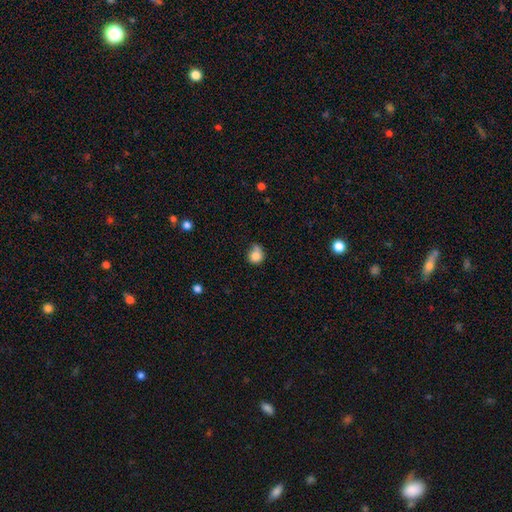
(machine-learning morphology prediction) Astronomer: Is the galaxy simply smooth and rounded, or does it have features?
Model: smooth — 81%.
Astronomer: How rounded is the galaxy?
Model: round — 76%.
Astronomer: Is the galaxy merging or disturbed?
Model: none — 46% (runner-up: minor disturbance, 33%).